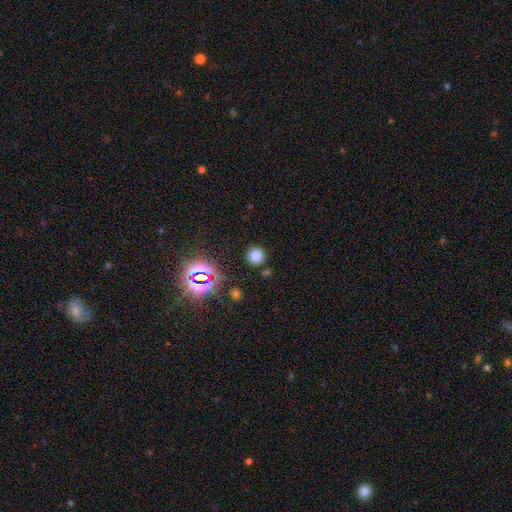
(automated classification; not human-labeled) Smooth or featured? Predicted: smooth (p=0.74). How rounded? Predicted: round (p=0.92). Merging? Predicted: none (p=0.85).